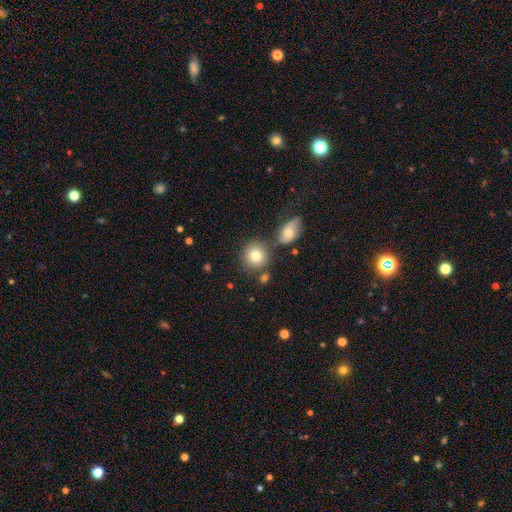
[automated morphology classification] Smooth or featured? Predicted: smooth (p=0.78). How rounded? Predicted: round (p=0.88). Merging? Predicted: none (p=0.74).